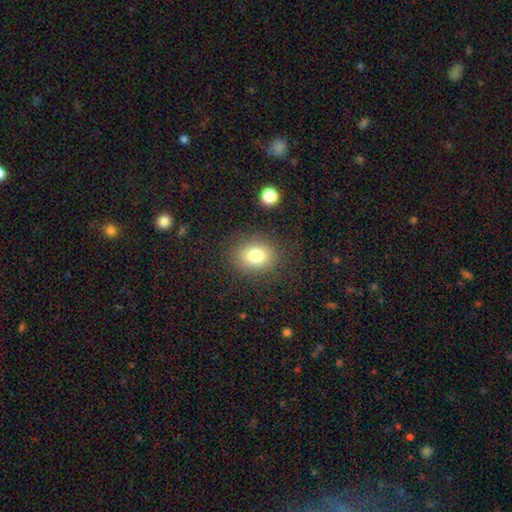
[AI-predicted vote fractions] Smooth or featured: smooth — 78% (star or artifact — 12%)
How rounded: round — 57% (in between — 42%)
Merging: none — 84% (minor disturbance — 9%)